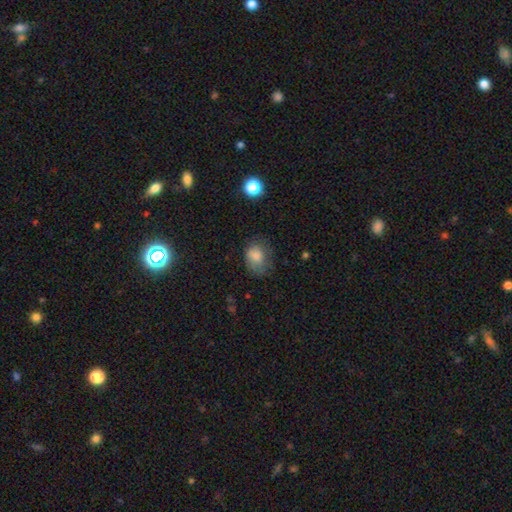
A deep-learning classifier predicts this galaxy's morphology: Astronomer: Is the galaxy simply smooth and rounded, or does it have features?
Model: smooth — 77%.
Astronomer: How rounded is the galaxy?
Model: in between — 56% (runner-up: round, 43%).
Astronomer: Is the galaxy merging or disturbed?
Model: none — 60%.